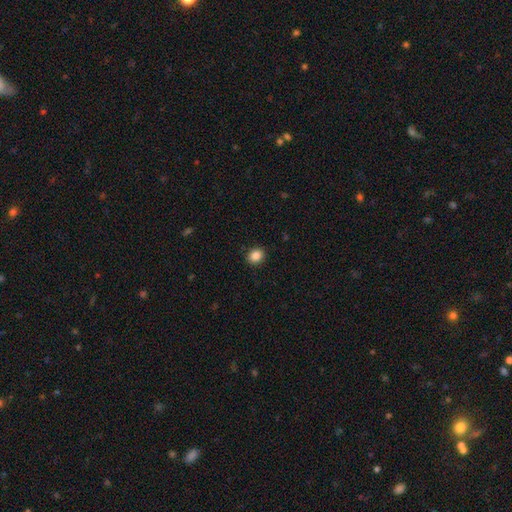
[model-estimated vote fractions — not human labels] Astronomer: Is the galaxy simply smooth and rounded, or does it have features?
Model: smooth — 86%.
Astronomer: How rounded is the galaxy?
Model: round — 68%.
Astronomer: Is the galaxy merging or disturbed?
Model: none — 90%.